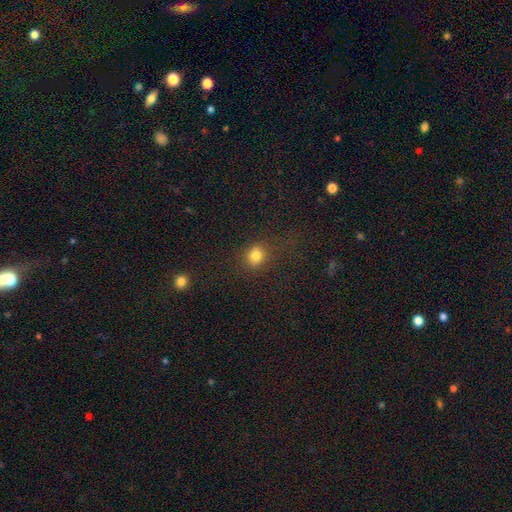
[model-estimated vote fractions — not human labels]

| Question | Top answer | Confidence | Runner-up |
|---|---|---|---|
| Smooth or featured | smooth | 78% | star or artifact (15%) |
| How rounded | round | 70% | in between (29%) |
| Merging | none | 77% | minor disturbance (13%) |